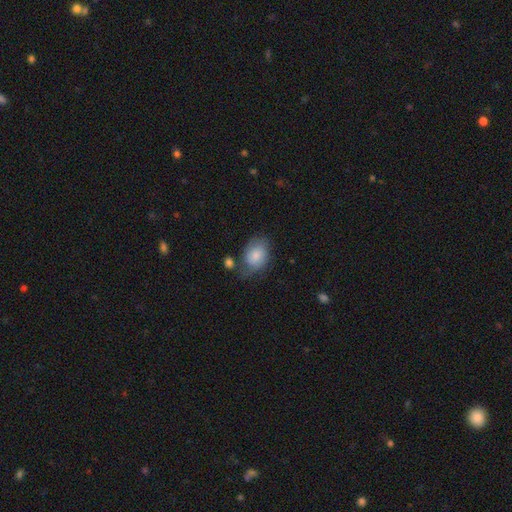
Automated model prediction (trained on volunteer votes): A smooth galaxy with no disk features (75%) that is in between round and cigar-shaped (73%).

Vote fractions:
- Smooth or featured? smooth: 75% / featured or disk: 18% / star or artifact: 7%
- How rounded? in between: 73% / round: 26% / cigar-shaped: 1%
- Merging? none: 50% / minor disturbance: 29% / major disturbance: 12% / merger: 8%